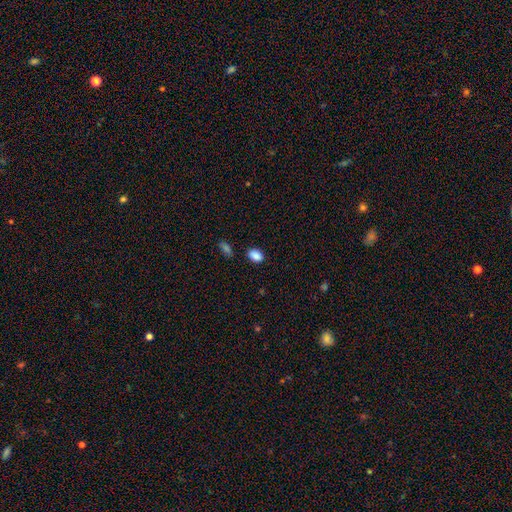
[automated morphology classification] This is clearly a smooth galaxy (87%). How rounded: likely in between (77%). Merging: clearly none (83%).